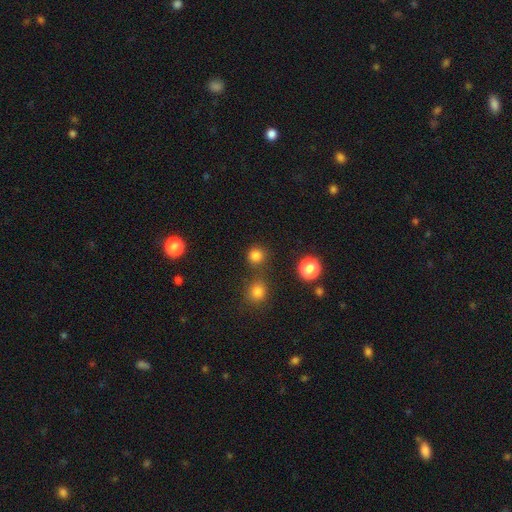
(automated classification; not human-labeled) smooth-or-featured: smooth: 79% | star or artifact: 17% | featured or disk: 4%
  how-rounded: round: 92% | in between: 7% | cigar-shaped: 1%
  merging: none: 78% | merger: 11% | minor disturbance: 7% | major disturbance: 3%